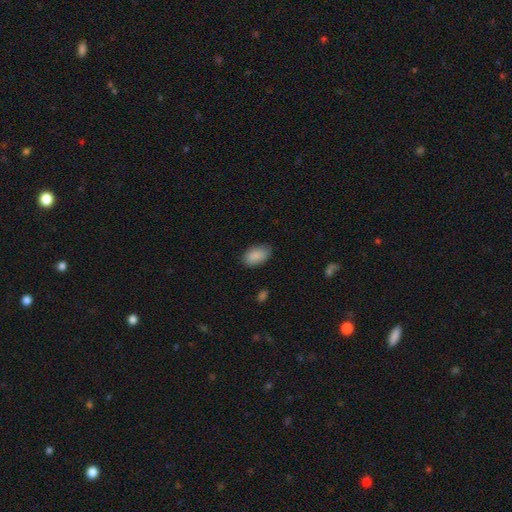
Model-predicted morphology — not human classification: smooth_or_featured: smooth (p=0.89) [alt: star or artifact p=0.07]
how_rounded: in between (p=0.94) [alt: round p=0.04]
merging: none (p=0.81) [alt: minor disturbance p=0.15]